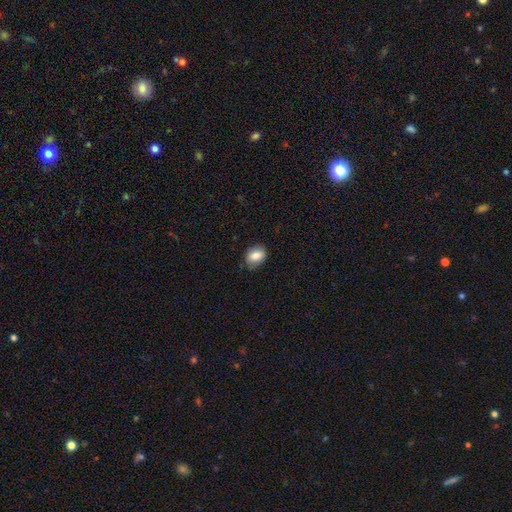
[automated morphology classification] A smooth galaxy with no disk features (83%) that is in between round and cigar-shaped (72%).

Vote fractions:
- Smooth or featured? smooth: 83% / featured or disk: 9% / star or artifact: 8%
- How rounded? in between: 72% / round: 27% / cigar-shaped: 1%
- Merging? none: 76% / minor disturbance: 19% / major disturbance: 4% / merger: 1%